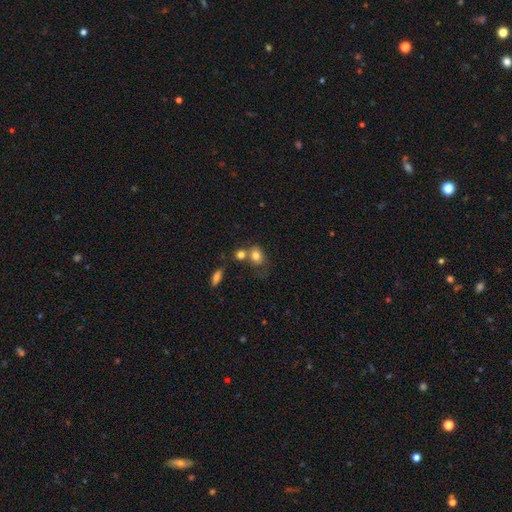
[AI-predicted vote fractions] Smooth or featured? Predicted: smooth (p=0.78). How rounded? Predicted: in between (p=0.57). Merging? Predicted: none (p=0.39).